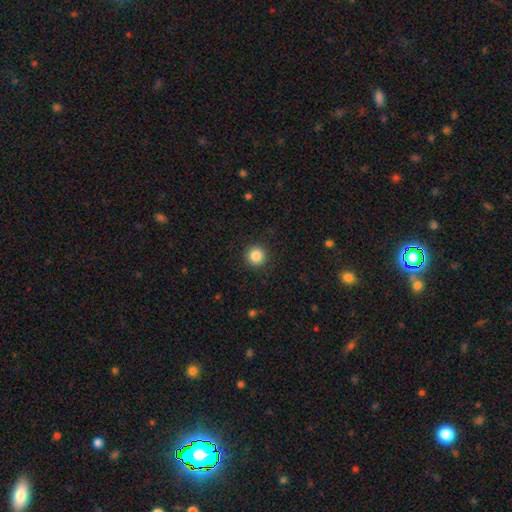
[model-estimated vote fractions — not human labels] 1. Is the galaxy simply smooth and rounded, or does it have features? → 86% smooth, 10% star or artifact, 4% featured or disk.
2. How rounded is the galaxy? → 95% round, 4% in between, 1% cigar-shaped.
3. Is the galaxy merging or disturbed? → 92% none, 5% minor disturbance, 2% major disturbance, 1% merger.